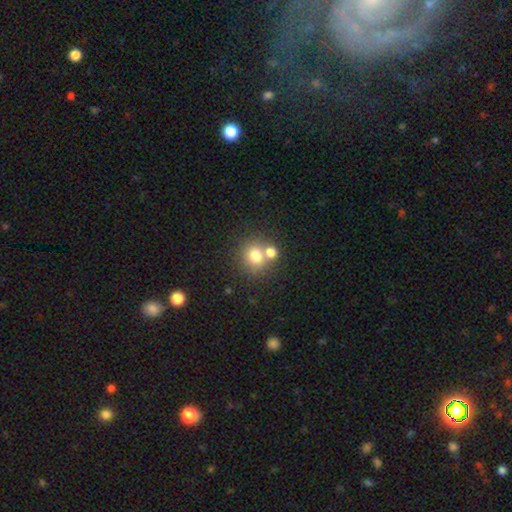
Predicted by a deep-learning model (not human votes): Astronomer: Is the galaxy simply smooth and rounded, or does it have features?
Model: smooth — 75%.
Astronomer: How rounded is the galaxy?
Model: round — 85%.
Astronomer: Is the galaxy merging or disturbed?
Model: none — 55% (runner-up: merger, 34%).